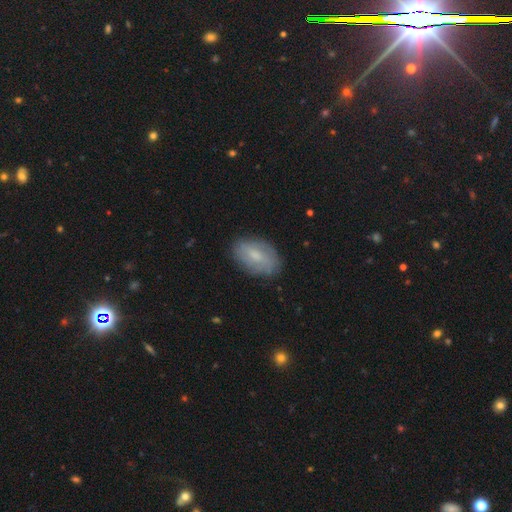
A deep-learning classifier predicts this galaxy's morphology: Overall: smooth (62%; featured or disk 31%). How rounded: in between (92%). Merging: none (78%).